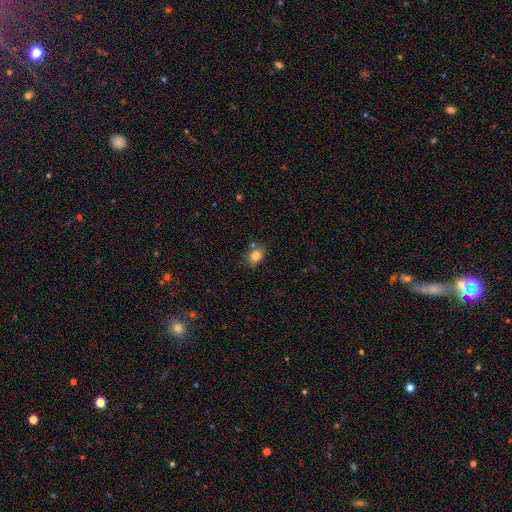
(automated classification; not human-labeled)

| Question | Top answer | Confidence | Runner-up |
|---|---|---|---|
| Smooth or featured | smooth | 84% | star or artifact (10%) |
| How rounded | in between | 75% | round (23%) |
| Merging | none | 76% | minor disturbance (14%) |